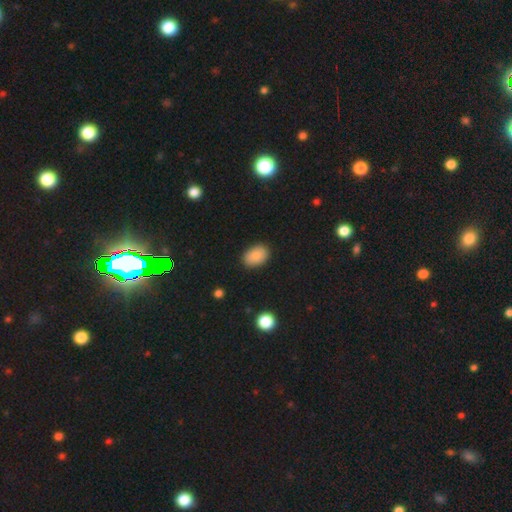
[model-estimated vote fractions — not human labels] smooth-or-featured: smooth: 88% | star or artifact: 8% | featured or disk: 4%
  how-rounded: in between: 84% | round: 15% | cigar-shaped: 1%
  merging: none: 86% | minor disturbance: 11% | major disturbance: 2% | merger: 1%